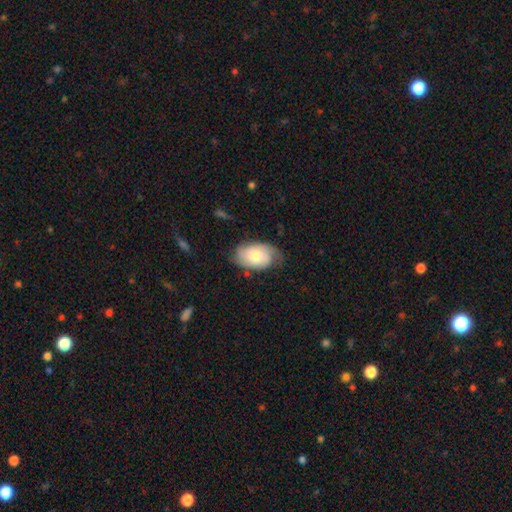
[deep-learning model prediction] Smooth or featured? Predicted: featured or disk (p=0.50). Merging? Predicted: none (p=0.62).